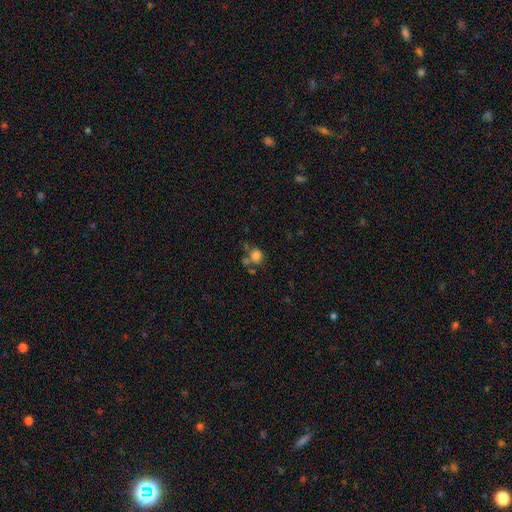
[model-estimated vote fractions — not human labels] This appears to be a smooth galaxy with no disk features (79%) that is round (78%). Merging: none (52%).